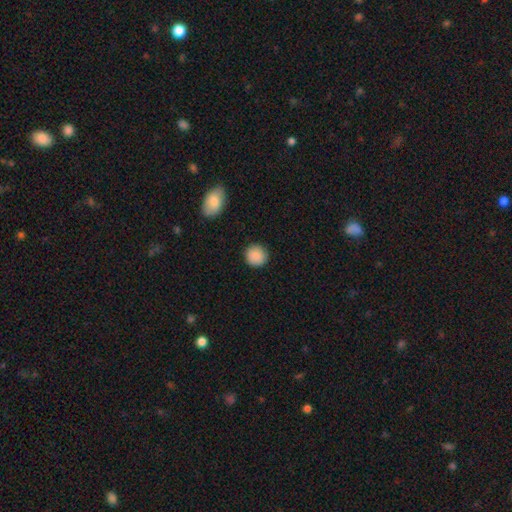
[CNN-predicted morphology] Overall: smooth (89%). How rounded: round (93%). Merging: none (91%).